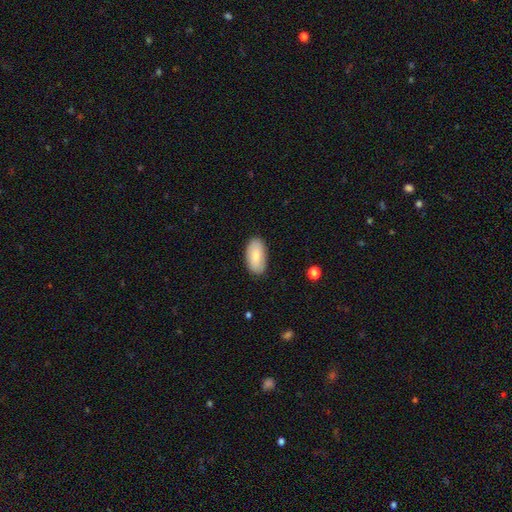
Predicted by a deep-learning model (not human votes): Smooth or featured?
  - smooth: 83% *
  - featured or disk: 11%
  - star or artifact: 6%
How rounded?
  - in between: 95% *
  - cigar-shaped: 3%
  - round: 2%
Merging?
  - none: 87% *
  - minor disturbance: 10%
  - major disturbance: 2%
  - merger: 1%